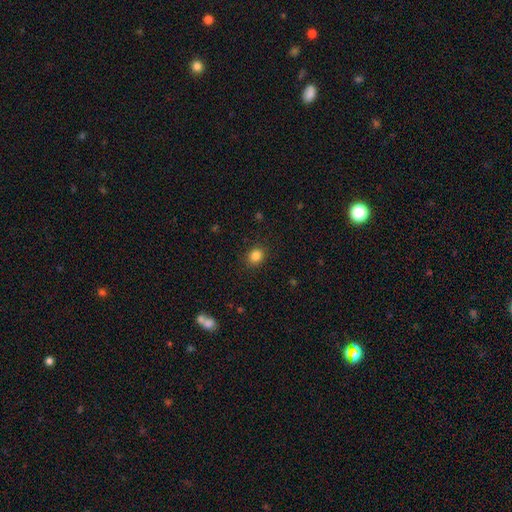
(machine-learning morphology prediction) Smooth or featured? Predicted: smooth (p=0.85). How rounded? Predicted: round (p=0.71). Merging? Predicted: none (p=0.89).